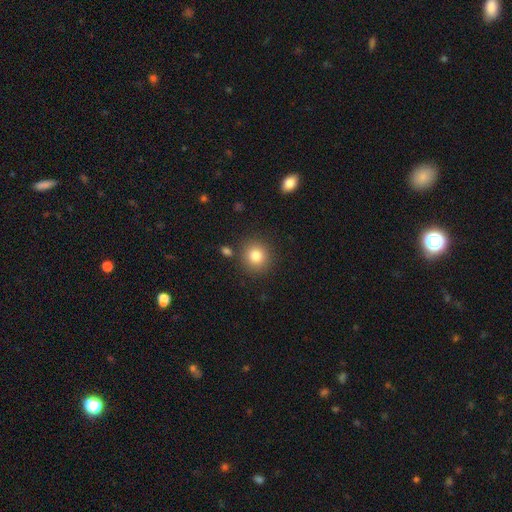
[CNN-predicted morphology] A smooth galaxy with no disk features (82%) that is round (90%).

Vote fractions:
- Smooth or featured? smooth: 82% / star or artifact: 11% / featured or disk: 7%
- How rounded? round: 90% / in between: 9% / cigar-shaped: 1%
- Merging? none: 85% / minor disturbance: 8% / merger: 5% / major disturbance: 3%